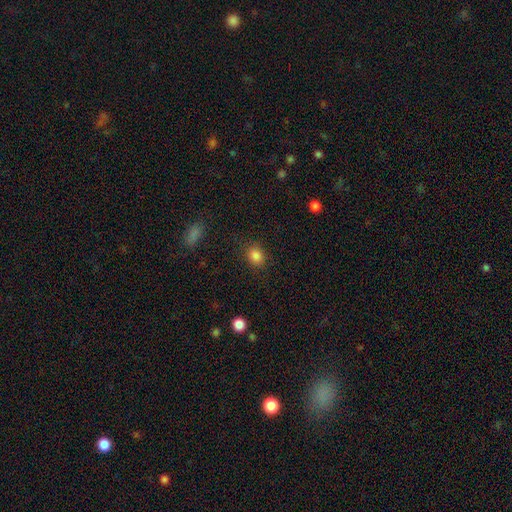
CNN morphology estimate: smooth_or_featured: smooth (p=0.85) [alt: star or artifact p=0.11]
how_rounded: round (p=0.56) [alt: in between p=0.43]
merging: none (p=0.85) [alt: minor disturbance p=0.10]